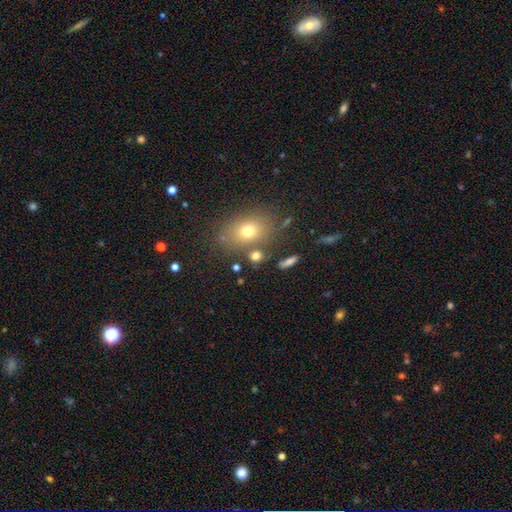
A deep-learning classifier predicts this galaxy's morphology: Smooth or featured? smooth (69%)
How rounded? round (48%, tied with in between)
Merging? none (70%)